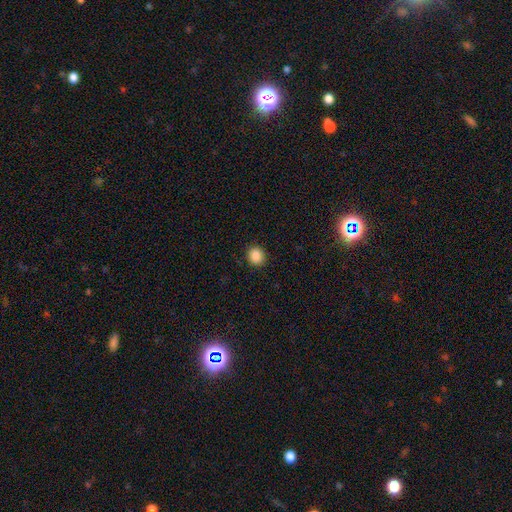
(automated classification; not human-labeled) Overall: smooth (87%). How rounded: round (85%). Merging: none (92%).